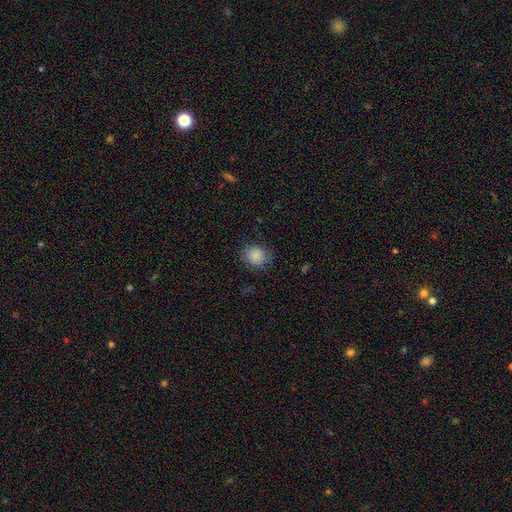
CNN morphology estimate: Smooth or featured? smooth (87%)
How rounded? round (74%)
Merging? none (79%)